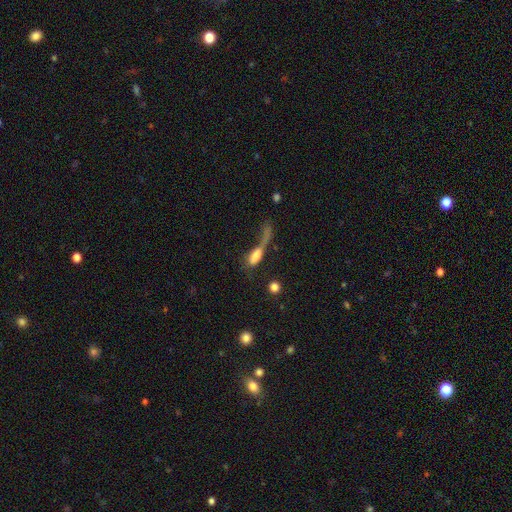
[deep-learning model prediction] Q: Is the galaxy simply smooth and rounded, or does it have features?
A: smooth — 67%.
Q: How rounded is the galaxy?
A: in between — 58%.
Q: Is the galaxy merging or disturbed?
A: major disturbance — 49%.